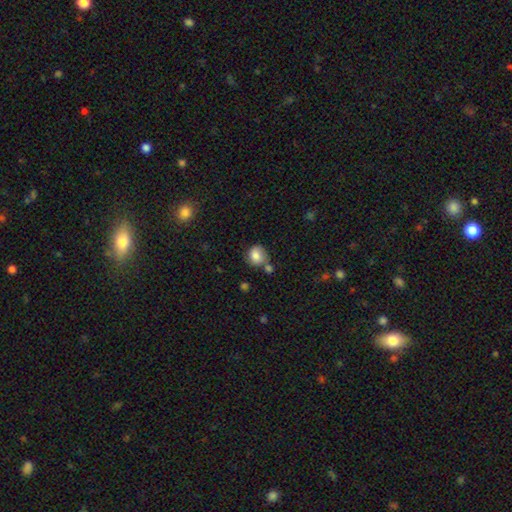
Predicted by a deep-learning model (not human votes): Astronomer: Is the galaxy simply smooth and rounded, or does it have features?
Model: smooth — 81%.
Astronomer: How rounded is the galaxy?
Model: round — 75%.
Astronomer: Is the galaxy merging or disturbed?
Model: none — 59%.